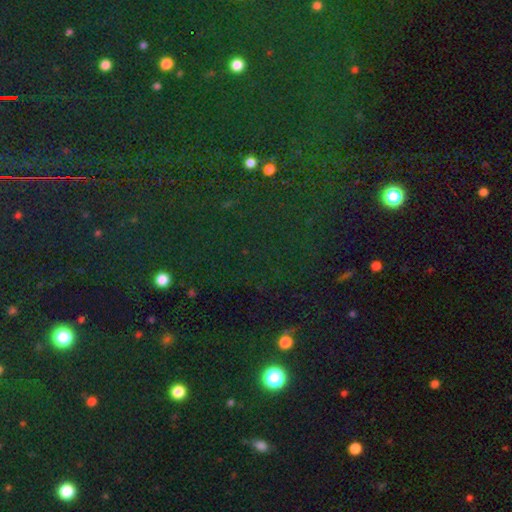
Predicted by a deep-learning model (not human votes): smooth_or_featured: star or artifact (p=0.76) [alt: smooth p=0.16]